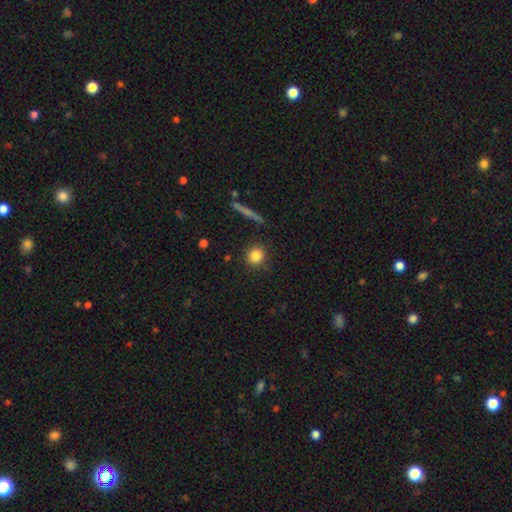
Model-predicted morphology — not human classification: Smooth or featured: smooth — 84% (star or artifact — 9%)
How rounded: round — 88% (in between — 10%)
Merging: none — 86% (minor disturbance — 9%)